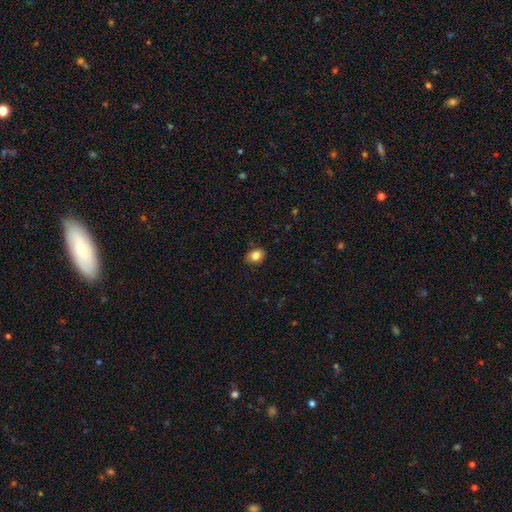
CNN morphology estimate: A smooth galaxy with no disk features (83%) that is in between round and cigar-shaped (61%). Merging: none (85%).